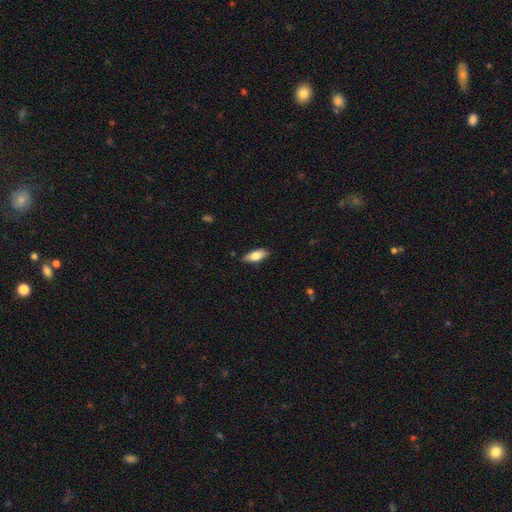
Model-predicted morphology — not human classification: smooth 74%, featured or disk 19%, star or artifact 6%. Down the decision tree: how rounded — in between (78%); merging — none (84%).